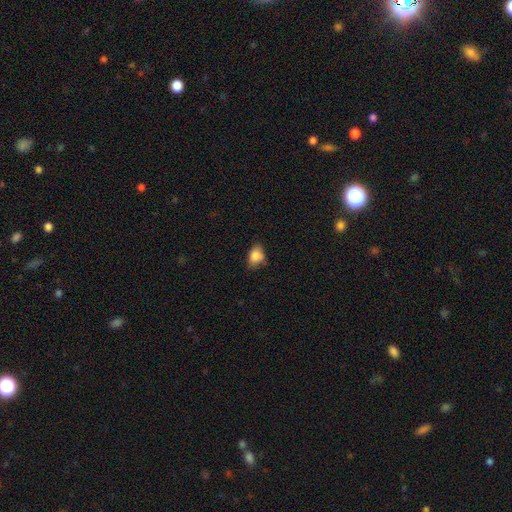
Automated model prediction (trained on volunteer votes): Smooth or featured? Predicted: smooth (p=0.84). How rounded? Predicted: in between (p=0.77). Merging? Predicted: none (p=0.56).